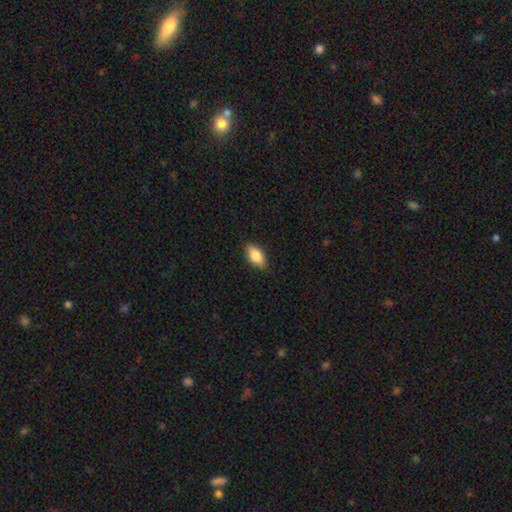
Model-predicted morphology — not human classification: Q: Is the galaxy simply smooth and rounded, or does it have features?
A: smooth — 85%.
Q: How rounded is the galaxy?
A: in between — 91%.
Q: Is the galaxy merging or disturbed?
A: none — 88%.